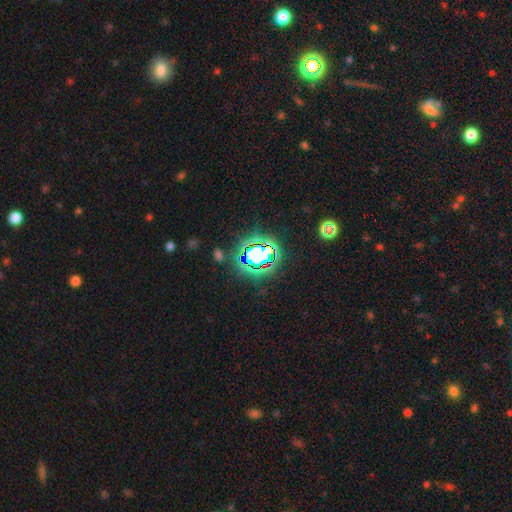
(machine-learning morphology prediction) This is possibly a star or artifact rather than a galaxy (60%).